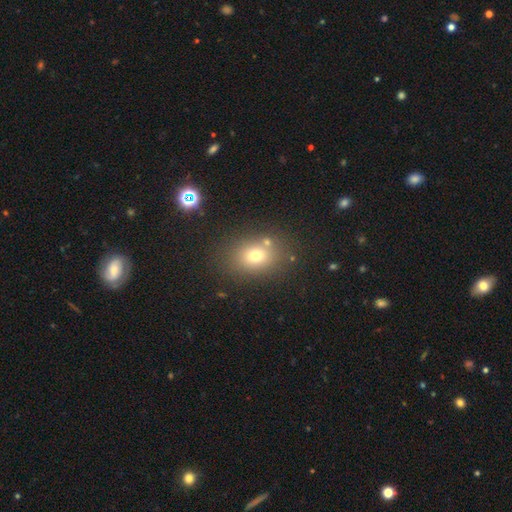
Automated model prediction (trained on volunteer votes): Morphology: type=smooth (71%); roundness=in between (56%); merging=none (75%).